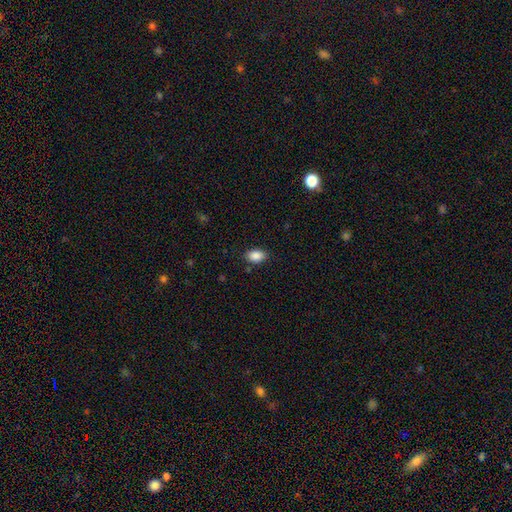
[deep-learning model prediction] Smooth or featured: smooth — 88% (star or artifact — 8%)
How rounded: in between — 86% (round — 12%)
Merging: none — 84% (minor disturbance — 12%)